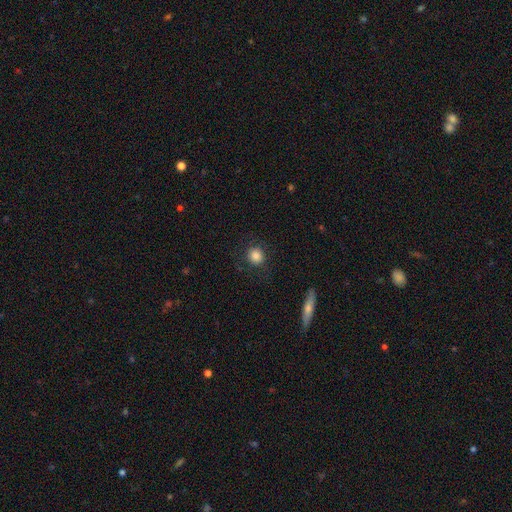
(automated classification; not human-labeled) Overall: smooth (85%). How rounded: round (89%). Merging: none (86%).